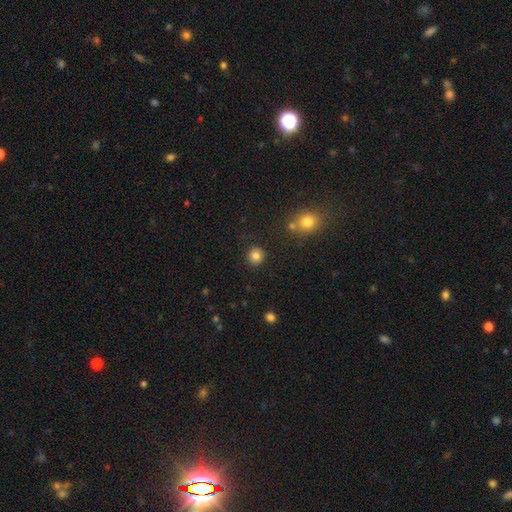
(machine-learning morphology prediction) This appears to be a smooth galaxy with no disk features (83%) that is round (91%). Merging: none (89%).